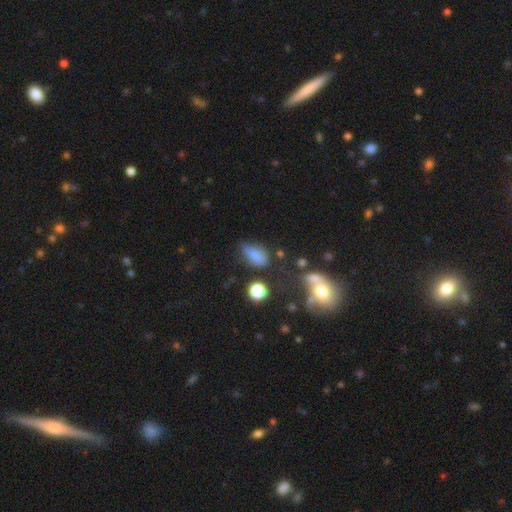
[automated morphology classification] smooth 75%, star or artifact 14%, featured or disk 11%. Down the decision tree: how rounded — in between (83%); merging — none (46%).